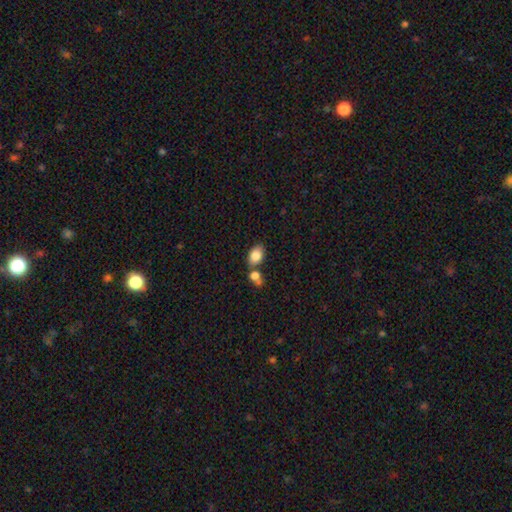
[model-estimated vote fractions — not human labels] smooth-or-featured: smooth: 83% | featured or disk: 9% | star or artifact: 8%
  how-rounded: in between: 84% | round: 15% | cigar-shaped: 1%
  merging: none: 58% | merger: 26% | minor disturbance: 12% | major disturbance: 4%